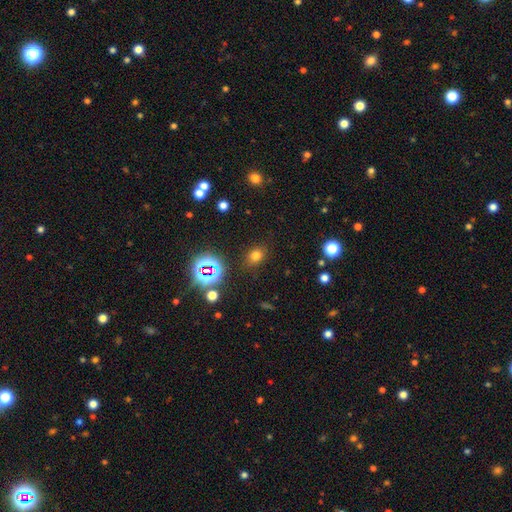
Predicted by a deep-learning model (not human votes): Smooth or featured? smooth (68%)
How rounded? in between (52%)
Merging? none (83%)